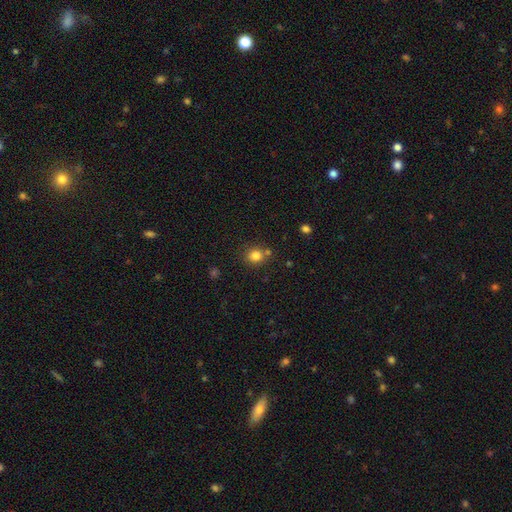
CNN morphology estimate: This appears to be a smooth galaxy with no disk features (82%) that is round (82%). Merging: none (75%).